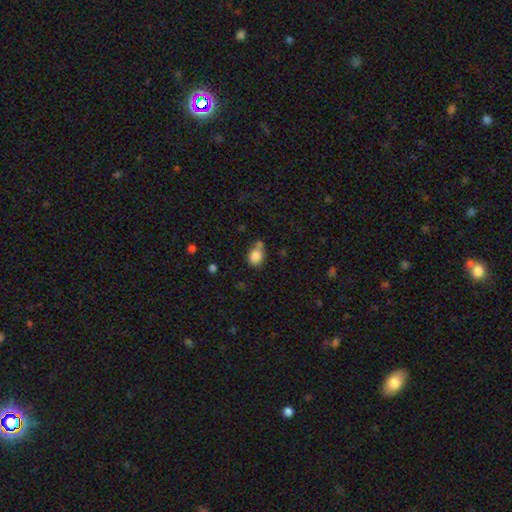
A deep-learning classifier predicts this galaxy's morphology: A smooth galaxy with no disk features (83%) that is round (50%).

Vote fractions:
- Smooth or featured? smooth: 83% / star or artifact: 10% / featured or disk: 7%
- How rounded? round: 50% / in between: 49% / cigar-shaped: 1%
- Merging? none: 50% / merger: 23% / minor disturbance: 21% / major disturbance: 7%